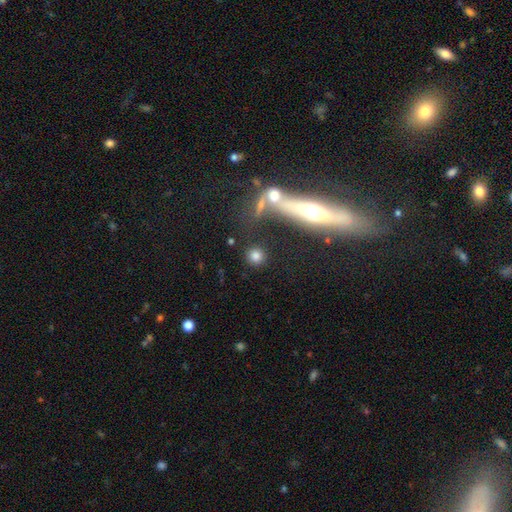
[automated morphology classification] This appears to be a smooth galaxy with no disk features (78%) that is round (87%). Merging: none (81%).